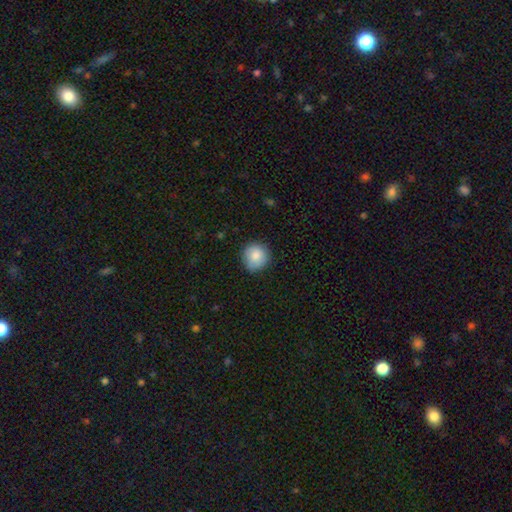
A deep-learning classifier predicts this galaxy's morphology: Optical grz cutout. It shows a smooth galaxy with no disk features (85%) that is round (92%). Merging: none (83%).